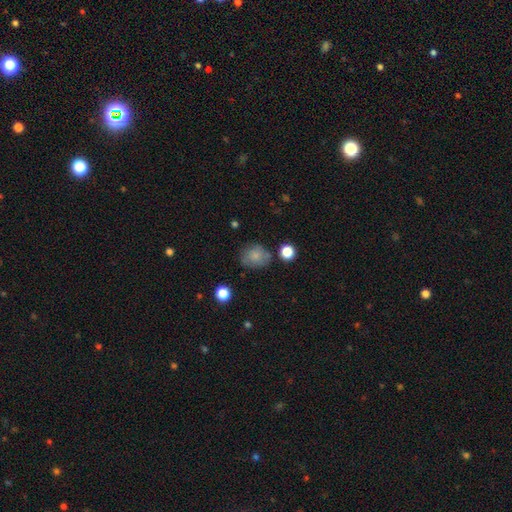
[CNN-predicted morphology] The model was most divided on "how rounded": round: 65%, in between: 34%, cigar-shaped: 1%. More confident: smooth or featured — smooth (78%); merging — none (65%).